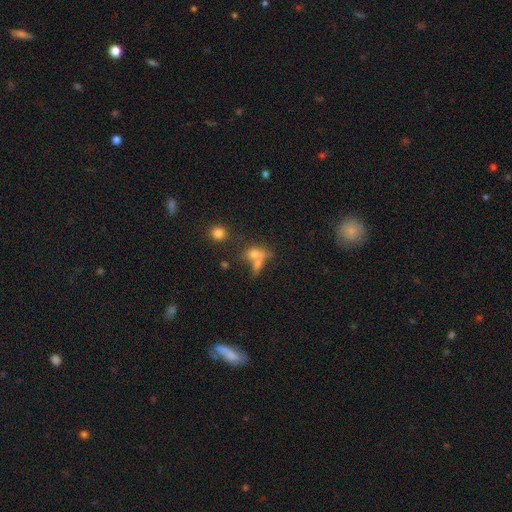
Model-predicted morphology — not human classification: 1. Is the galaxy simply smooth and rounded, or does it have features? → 65% smooth, 21% featured or disk, 15% star or artifact.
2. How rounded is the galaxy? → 64% in between, 28% round, 8% cigar-shaped.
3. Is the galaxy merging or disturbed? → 48% merger, 31% none, 11% minor disturbance, 10% major disturbance.